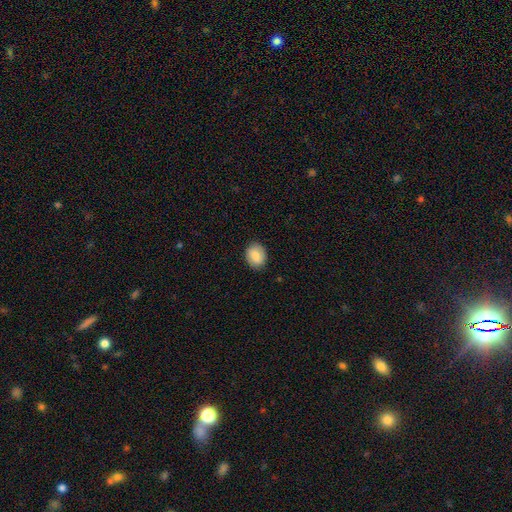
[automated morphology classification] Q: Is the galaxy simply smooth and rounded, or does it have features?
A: smooth — 81%.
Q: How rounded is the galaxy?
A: in between — 53%.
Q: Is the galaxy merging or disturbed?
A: none — 87%.